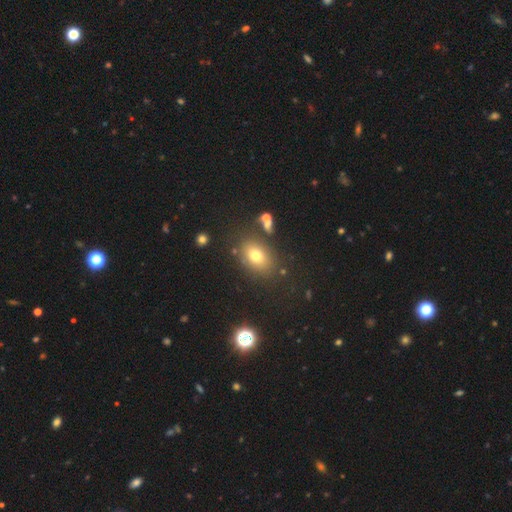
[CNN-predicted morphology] smooth_or_featured: smooth (p=0.73) [alt: star or artifact p=0.14]
how_rounded: in between (p=0.74) [alt: round p=0.25]
merging: none (p=0.77) [alt: minor disturbance p=0.12]